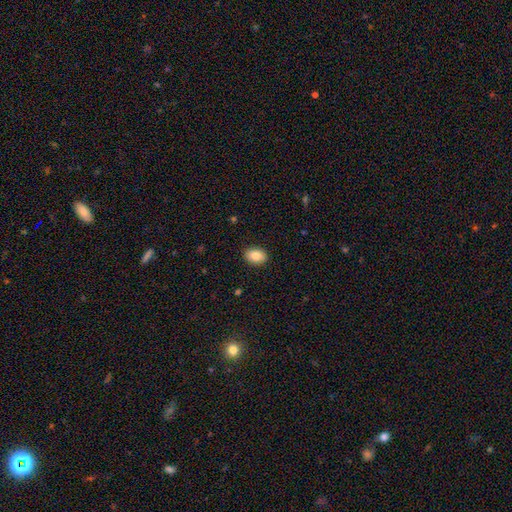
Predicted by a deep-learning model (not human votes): This is clearly a smooth galaxy (87%). How rounded: clearly in between (82%). Merging: clearly none (90%).